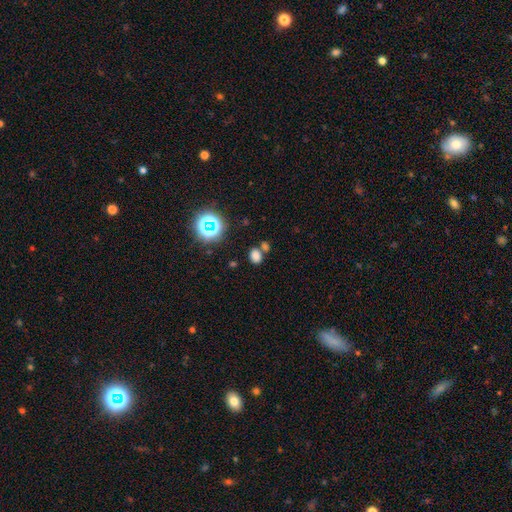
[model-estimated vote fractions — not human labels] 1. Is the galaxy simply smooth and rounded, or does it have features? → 72% smooth, 22% star or artifact, 6% featured or disk.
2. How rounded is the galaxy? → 64% in between, 35% round, 1% cigar-shaped.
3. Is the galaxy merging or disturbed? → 62% none, 23% merger, 11% minor disturbance, 4% major disturbance.